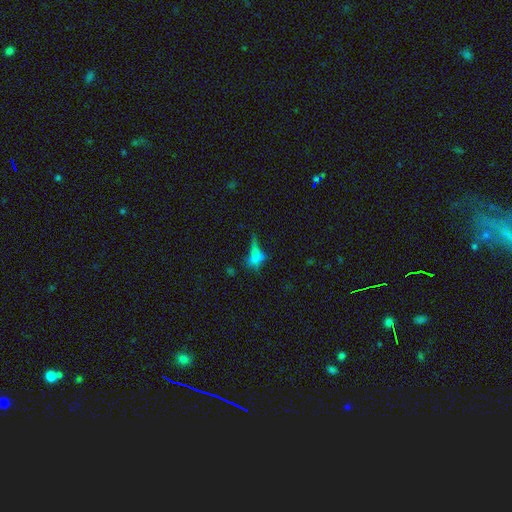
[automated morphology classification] Overall: smooth (52%; featured or disk 27%). How rounded: in between (55%; cigar-shaped 33%). Merging: none (34%; major disturbance 28%).